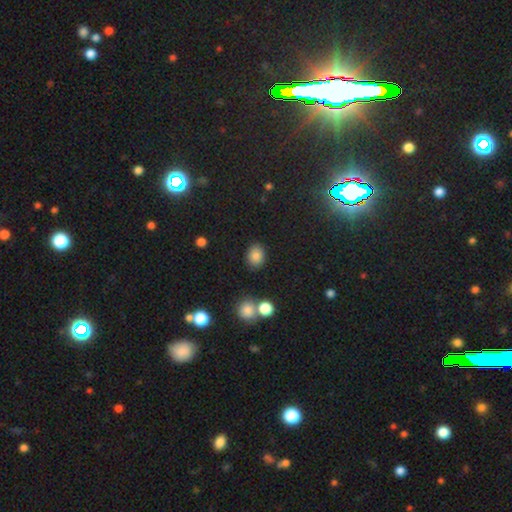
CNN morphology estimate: type=smooth (83%); roundness=in between (52%); merging=none (84%).